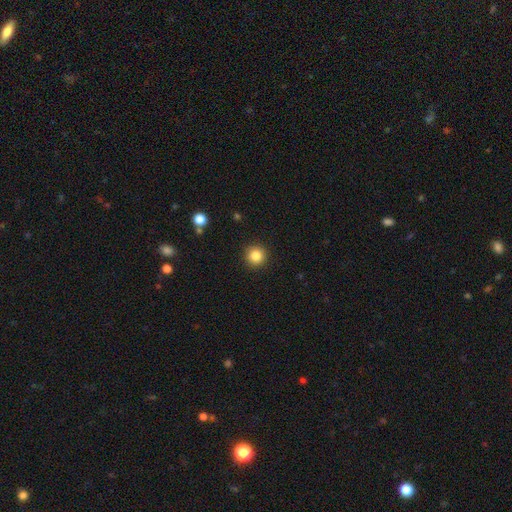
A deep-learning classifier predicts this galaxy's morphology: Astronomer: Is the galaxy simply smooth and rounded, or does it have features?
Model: smooth — 84%.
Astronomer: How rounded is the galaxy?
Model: round — 95%.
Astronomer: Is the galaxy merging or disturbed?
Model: none — 92%.